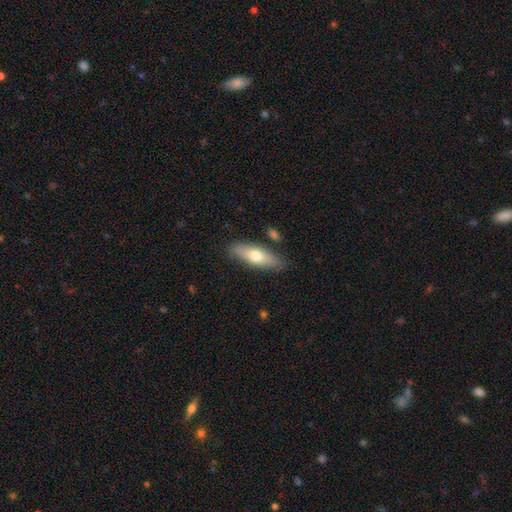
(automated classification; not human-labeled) Smooth or featured? smooth (63%)
How rounded? in between (58%)
Merging? none (81%)